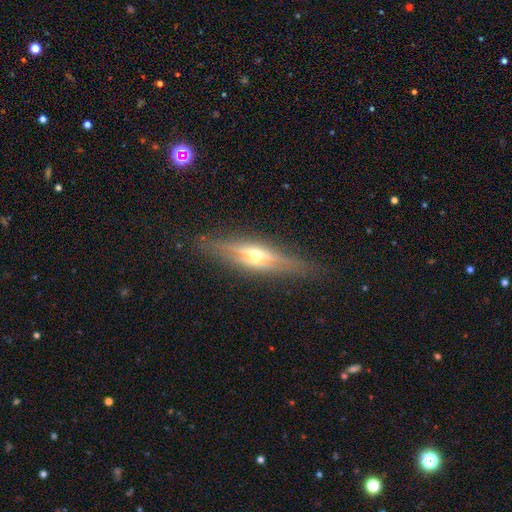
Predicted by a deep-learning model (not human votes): featured or disk 75%, smooth 18%, star or artifact 7%. Down the decision tree: edge-on disk — yes (94%); edge-on bulge — rounded (91%); merging — none (86%).